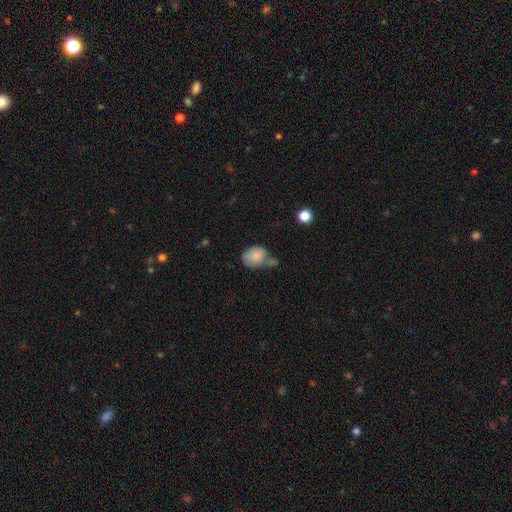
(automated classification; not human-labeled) The model was most divided on "merging": none: 35%, minor disturbance: 28%, merger: 24%, major disturbance: 13%. More confident: smooth or featured — smooth (77%); how rounded — in between (62%).